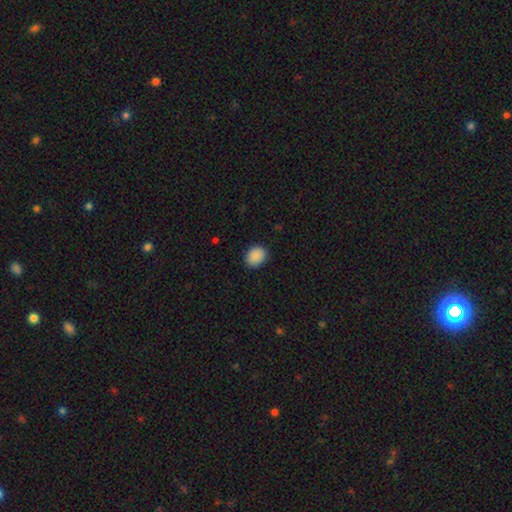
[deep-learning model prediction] smooth_or_featured: smooth (p=0.90) [alt: star or artifact p=0.08]
how_rounded: in between (p=0.52) [alt: round p=0.47]
merging: none (p=0.87) [alt: minor disturbance p=0.10]